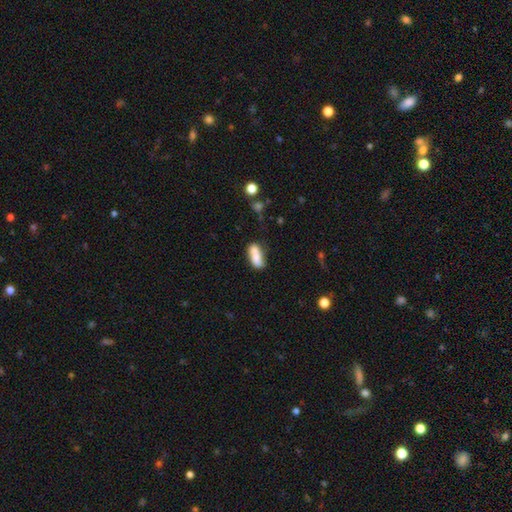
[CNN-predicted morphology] smooth-or-featured: smooth: 74% | featured or disk: 18% | star or artifact: 8%
  how-rounded: in between: 73% | cigar-shaped: 23% | round: 4%
  merging: none: 44% | merger: 30% | minor disturbance: 19% | major disturbance: 7%